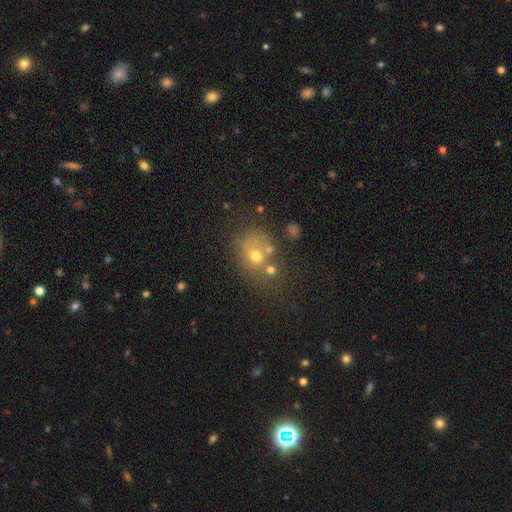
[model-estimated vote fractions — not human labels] Q: Smooth or featured?
A: smooth (54%); runner-up: star or artifact (24%)
Q: How rounded?
A: round (60%); runner-up: in between (38%)
Q: Merging?
A: none (40%); runner-up: merger (36%)